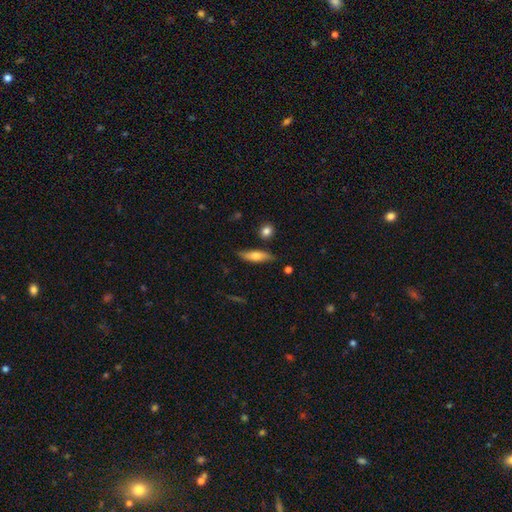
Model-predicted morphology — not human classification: smooth 60%, featured or disk 33%, star or artifact 7%. Down the decision tree: how rounded — cigar-shaped (59%); merging — none (80%).